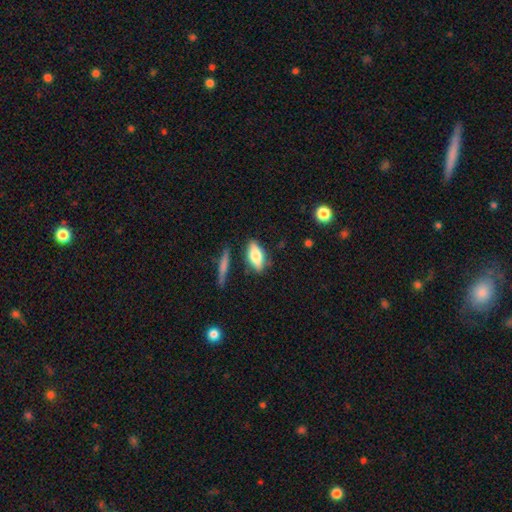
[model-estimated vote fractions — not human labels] smooth-or-featured: smooth: 62% | featured or disk: 31% | star or artifact: 7%
  how-rounded: in between: 70% | cigar-shaped: 25% | round: 4%
  merging: none: 78% | minor disturbance: 14% | merger: 4% | major disturbance: 4%